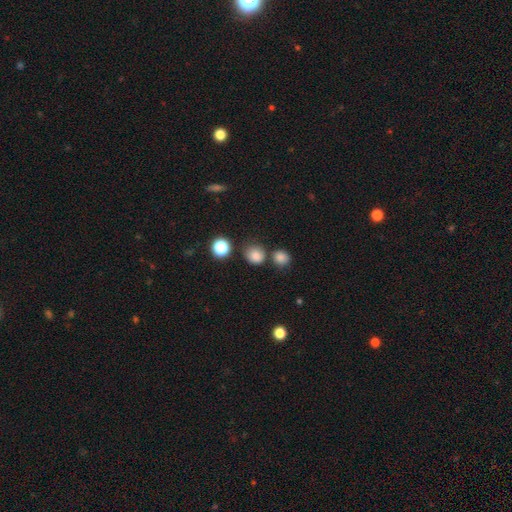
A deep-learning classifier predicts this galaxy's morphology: Smooth or featured? smooth (82%)
How rounded? round (83%)
Merging? none (68%)